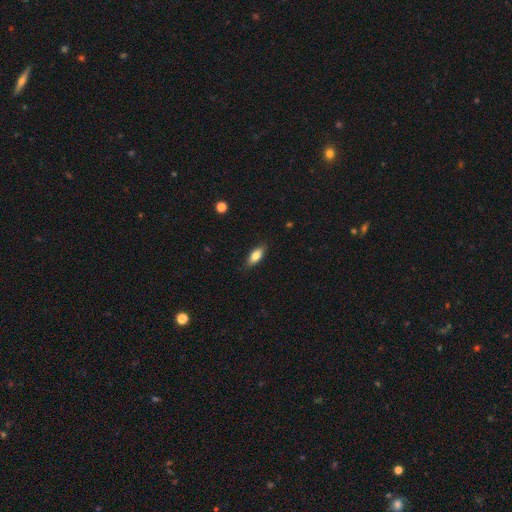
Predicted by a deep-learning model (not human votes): smooth_or_featured: smooth (p=0.79) [alt: featured or disk p=0.14]
how_rounded: in between (p=0.82) [alt: cigar-shaped p=0.15]
merging: none (p=0.85) [alt: minor disturbance p=0.12]